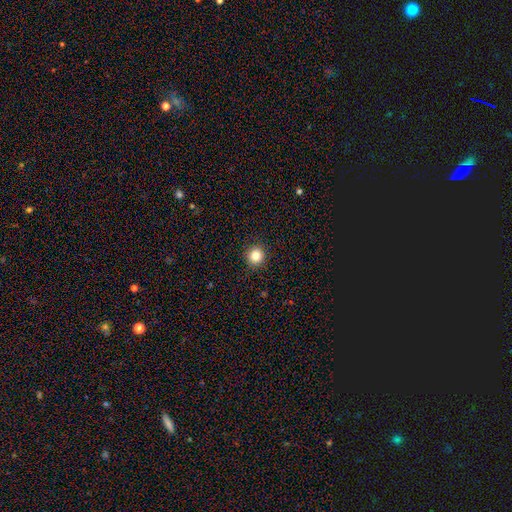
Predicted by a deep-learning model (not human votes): Smooth or featured?
  - smooth: 83% *
  - star or artifact: 12%
  - featured or disk: 6%
How rounded?
  - round: 95% *
  - in between: 4%
  - cigar-shaped: 1%
Merging?
  - none: 93% *
  - minor disturbance: 5%
  - major disturbance: 2%
  - merger: 1%